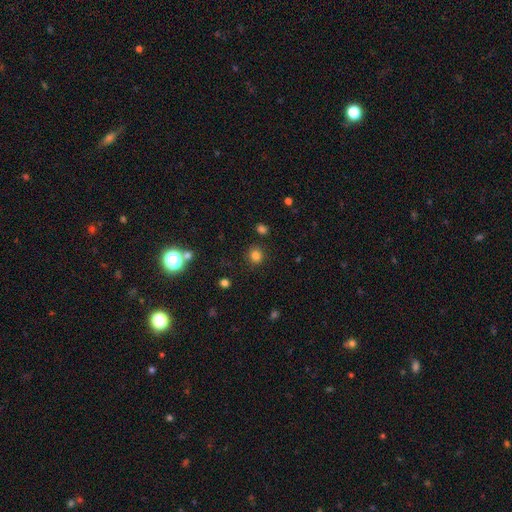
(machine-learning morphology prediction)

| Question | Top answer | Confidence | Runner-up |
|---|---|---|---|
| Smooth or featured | smooth | 81% | star or artifact (14%) |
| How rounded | round | 86% | in between (13%) |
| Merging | none | 87% | minor disturbance (8%) |